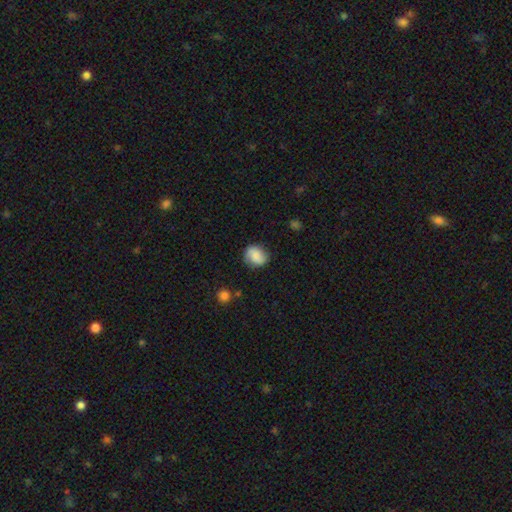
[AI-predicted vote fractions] The model was most divided on "how rounded": round: 63%, in between: 36%, cigar-shaped: 1%. More confident: merging — none (77%); smooth or featured — smooth (75%).